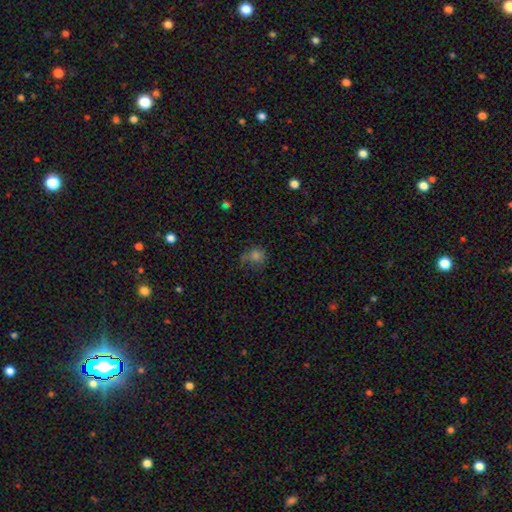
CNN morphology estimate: Smooth or featured?
  - smooth: 69% *
  - star or artifact: 21%
  - featured or disk: 11%
How rounded?
  - round: 77% *
  - in between: 22%
  - cigar-shaped: 1%
Merging?
  - none: 51% *
  - minor disturbance: 22%
  - major disturbance: 14%
  - merger: 13%